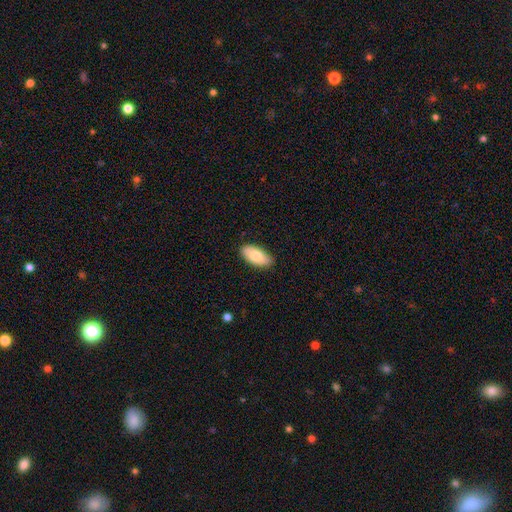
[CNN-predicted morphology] Smooth or featured? smooth (80%)
How rounded? in between (94%)
Merging? none (86%)